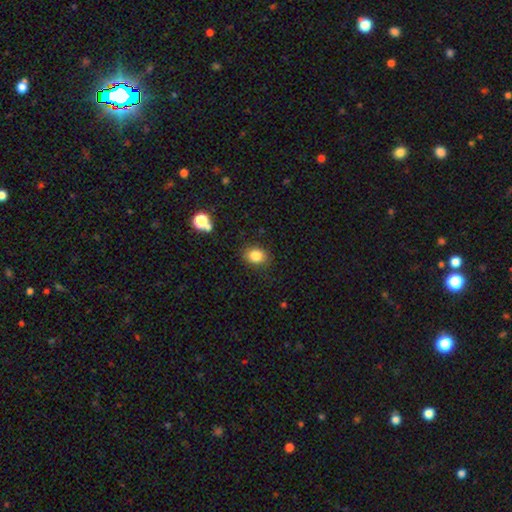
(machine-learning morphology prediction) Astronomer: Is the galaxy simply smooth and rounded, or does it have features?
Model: smooth — 83%.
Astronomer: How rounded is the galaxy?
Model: in between — 58% (runner-up: round, 41%).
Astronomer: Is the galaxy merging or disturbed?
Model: none — 84%.